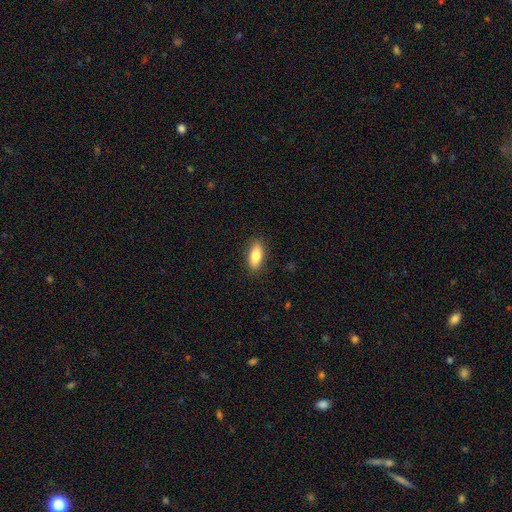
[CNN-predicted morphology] smooth_or_featured: smooth (p=0.82) [alt: featured or disk p=0.11]
how_rounded: in between (p=0.84) [alt: cigar-shaped p=0.13]
merging: none (p=0.88) [alt: minor disturbance p=0.09]